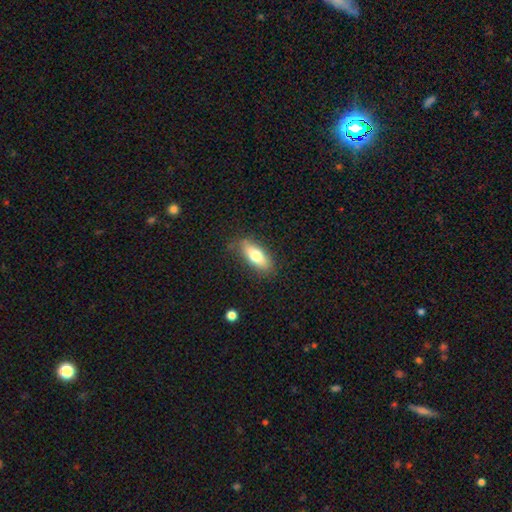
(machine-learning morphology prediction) smooth_or_featured: smooth (p=0.68) [alt: featured or disk p=0.26]
how_rounded: in between (p=0.69) [alt: cigar-shaped p=0.28]
merging: none (p=0.80) [alt: minor disturbance p=0.15]